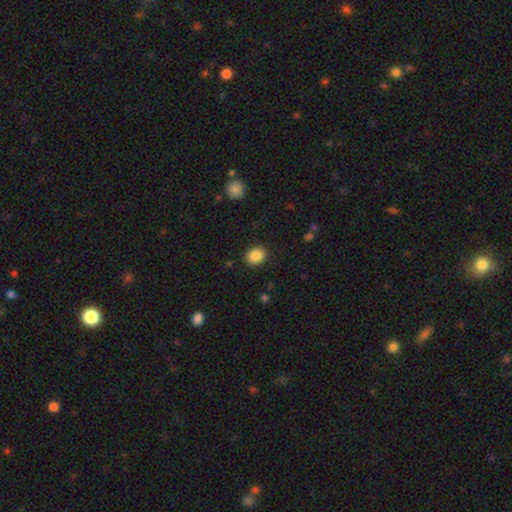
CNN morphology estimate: Smooth or featured? smooth (88%)
How rounded? round (52%)
Merging? none (89%)